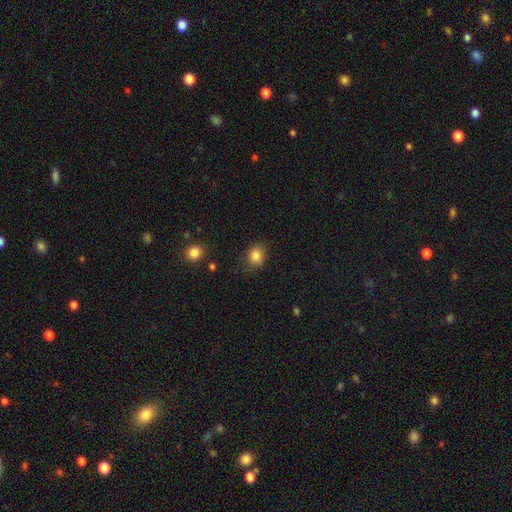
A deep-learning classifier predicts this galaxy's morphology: Smooth or featured? smooth (84%)
How rounded? round (52%)
Merging? none (78%)